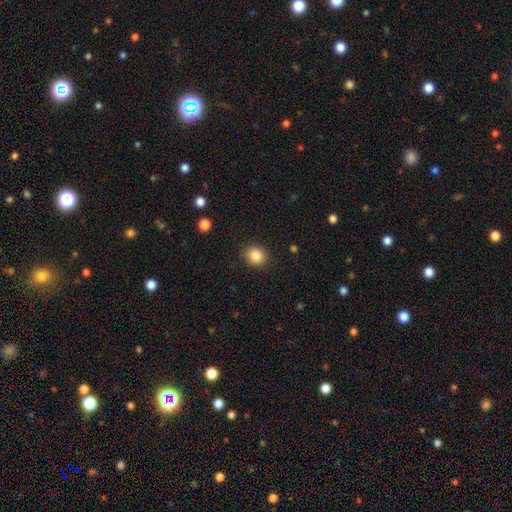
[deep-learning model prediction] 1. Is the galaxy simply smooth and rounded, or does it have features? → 85% smooth, 10% star or artifact, 5% featured or disk.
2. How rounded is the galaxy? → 80% round, 19% in between, 1% cigar-shaped.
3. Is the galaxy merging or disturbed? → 90% none, 7% minor disturbance, 2% major disturbance, 1% merger.